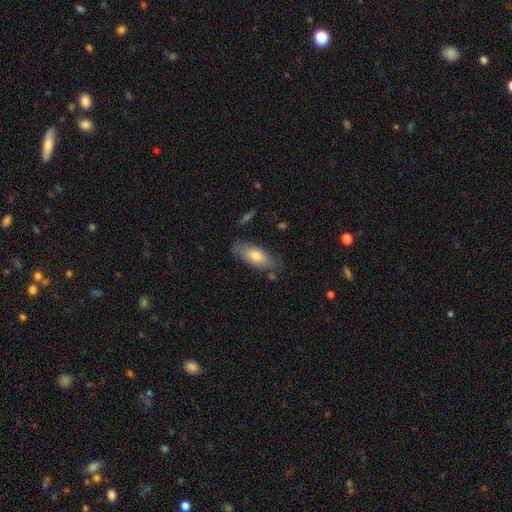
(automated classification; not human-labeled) A smooth galaxy with no disk features (73%) that is in between round and cigar-shaped (81%).

Vote fractions:
- Smooth or featured? smooth: 73% / featured or disk: 20% / star or artifact: 6%
- How rounded? in between: 81% / cigar-shaped: 17% / round: 2%
- Merging? none: 74% / minor disturbance: 19% / major disturbance: 4% / merger: 3%